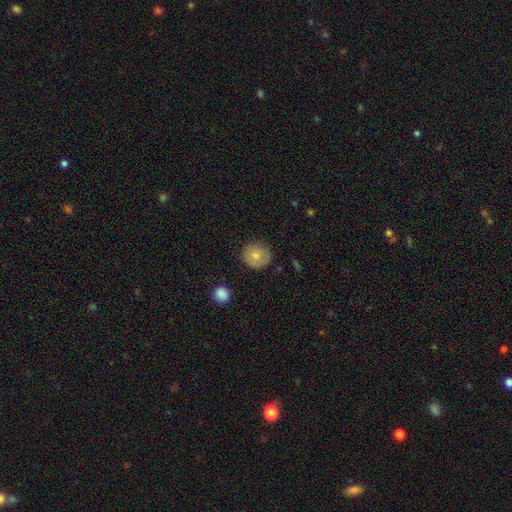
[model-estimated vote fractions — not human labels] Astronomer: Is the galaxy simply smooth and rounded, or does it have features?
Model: smooth — 76%.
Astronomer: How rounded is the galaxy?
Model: round — 89%.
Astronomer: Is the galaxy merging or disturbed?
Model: none — 84%.